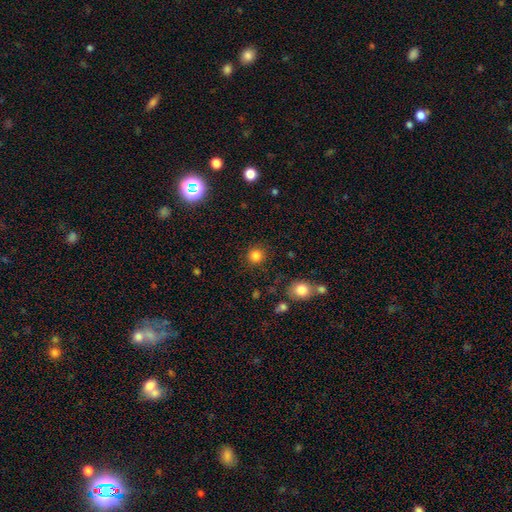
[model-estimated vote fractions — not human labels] Overall: smooth (83%). How rounded: round (93%). Merging: none (88%).